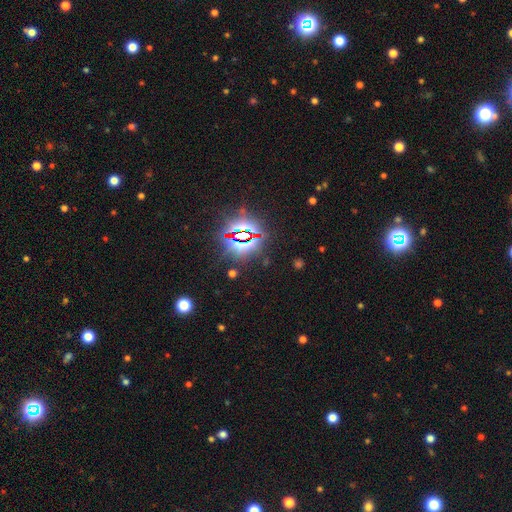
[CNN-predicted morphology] This is clearly a star or artifact rather than a galaxy (85%).